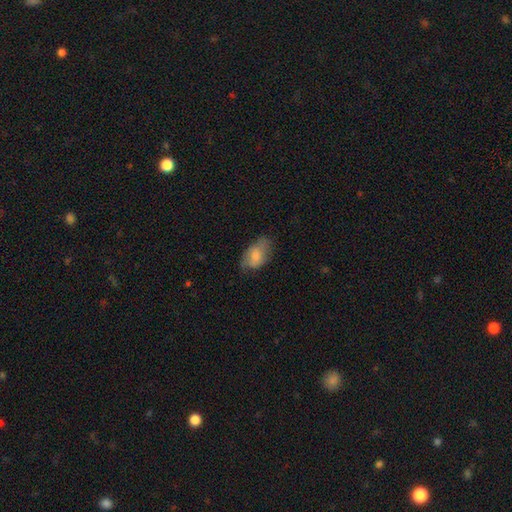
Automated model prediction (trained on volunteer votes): A smooth galaxy with no disk features (74%) that is in between round and cigar-shaped (91%). Merging: none (58%).